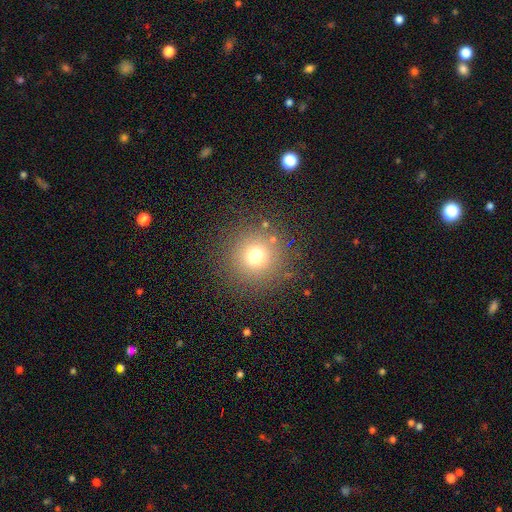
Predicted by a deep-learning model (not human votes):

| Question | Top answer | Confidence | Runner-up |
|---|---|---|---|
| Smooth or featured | smooth | 71% | star or artifact (19%) |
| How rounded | round | 95% | in between (4%) |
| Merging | none | 86% | minor disturbance (7%) |